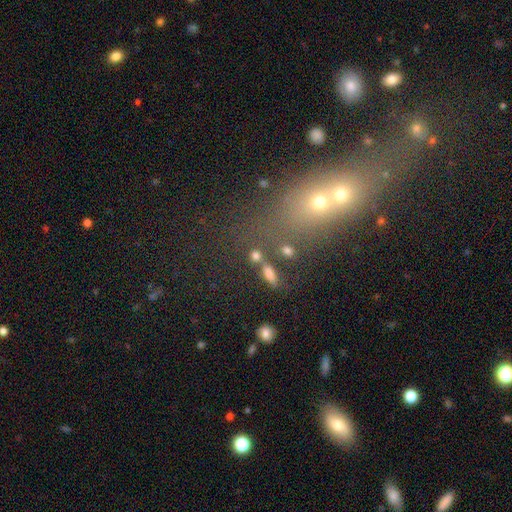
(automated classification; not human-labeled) smooth 56%, star or artifact 26%, featured or disk 18%. Down the decision tree: how rounded — in between (58%); merging — none (49%).